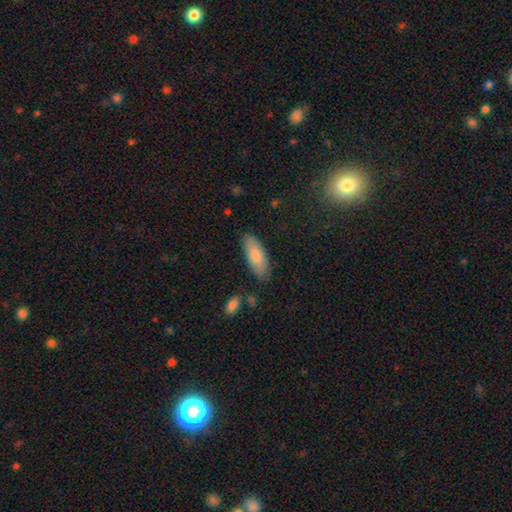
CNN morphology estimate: This appears to be a smooth galaxy with no disk features (81%) that is in between round and cigar-shaped (73%). Merging: none (82%).